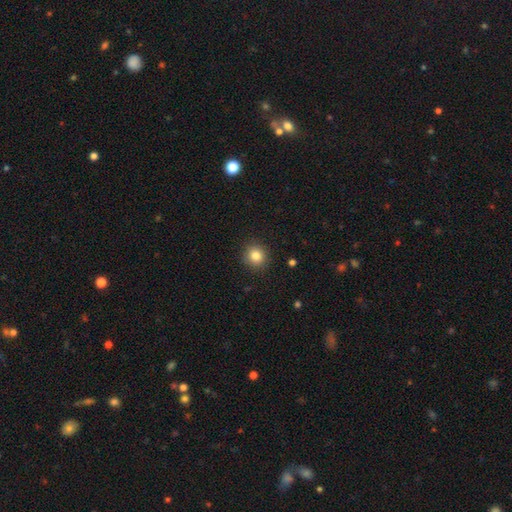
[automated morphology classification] A smooth galaxy with no disk features (83%) that is round (90%).

Vote fractions:
- Smooth or featured? smooth: 83% / star or artifact: 11% / featured or disk: 6%
- How rounded? round: 90% / in between: 9% / cigar-shaped: 1%
- Merging? none: 90% / minor disturbance: 6% / major disturbance: 2% / merger: 1%